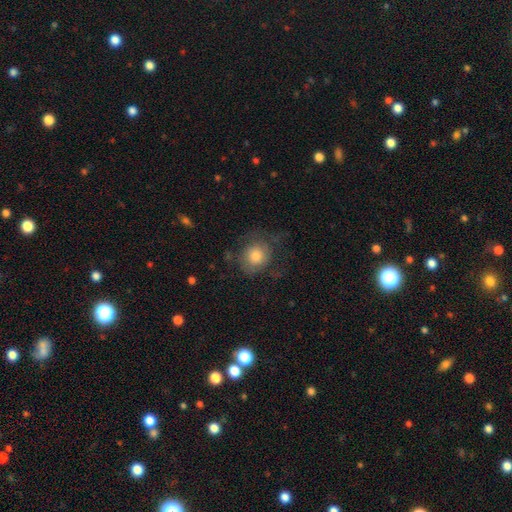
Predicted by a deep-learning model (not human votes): A smooth galaxy with no disk features (67%) that is round (80%).

Vote fractions:
- Smooth or featured? smooth: 67% / featured or disk: 23% / star or artifact: 9%
- How rounded? round: 80% / in between: 19% / cigar-shaped: 1%
- Merging? none: 55% / minor disturbance: 23% / major disturbance: 20% / merger: 2%